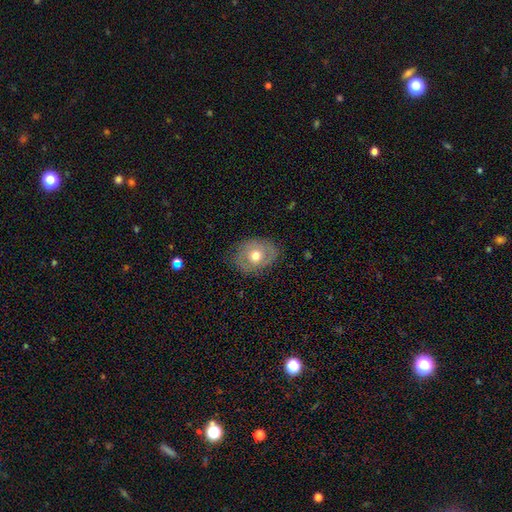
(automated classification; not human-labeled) Morphology: type=smooth (51%); roundness=in between (57%); merging=none (74%).